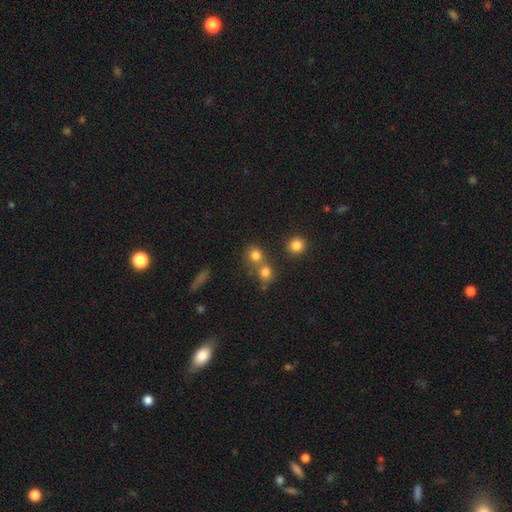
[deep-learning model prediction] A smooth galaxy with no disk features (78%) that is round (84%).

Vote fractions:
- Smooth or featured? smooth: 78% / star or artifact: 14% / featured or disk: 8%
- How rounded? round: 84% / in between: 15% / cigar-shaped: 1%
- Merging? none: 51% / merger: 39% / minor disturbance: 7% / major disturbance: 3%